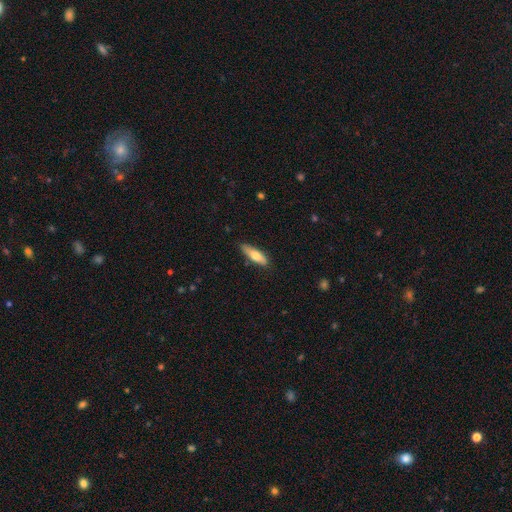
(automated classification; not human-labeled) The model was most divided on "how rounded": cigar-shaped: 56%, in between: 42%, round: 2%. More confident: merging — none (80%); smooth or featured — smooth (68%).